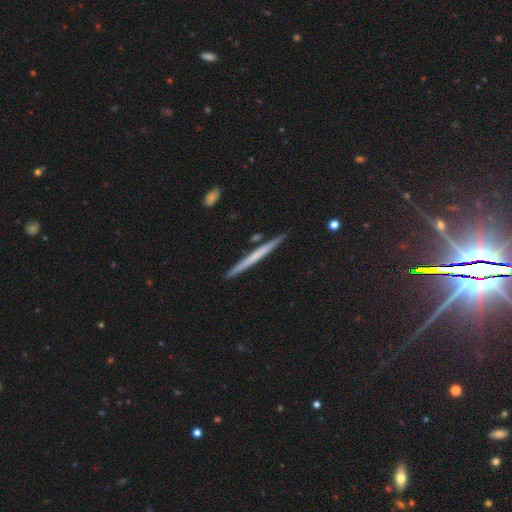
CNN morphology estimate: Smooth or featured? featured or disk (49%)
Merging? none (89%)